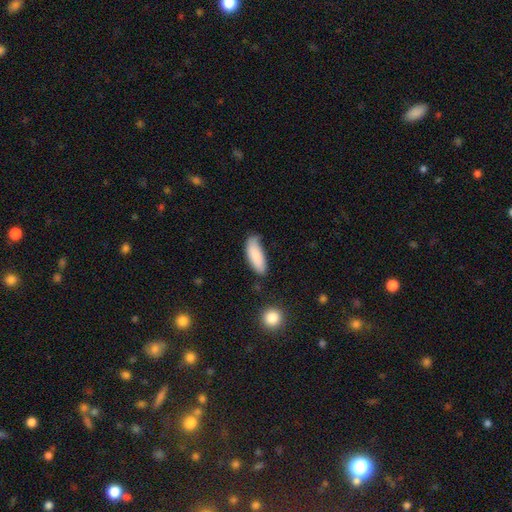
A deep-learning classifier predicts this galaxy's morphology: This appears to be a smooth galaxy with no disk features (85%) that is in between round and cigar-shaped (70%). Merging: none (56%).